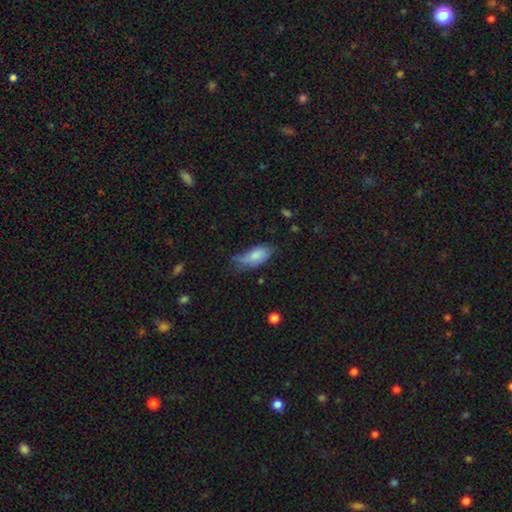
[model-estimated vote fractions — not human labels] smooth_or_featured: smooth (p=0.79) [alt: featured or disk p=0.15]
how_rounded: in between (p=0.87) [alt: cigar-shaped p=0.10]
merging: none (p=0.45) [alt: minor disturbance p=0.40]